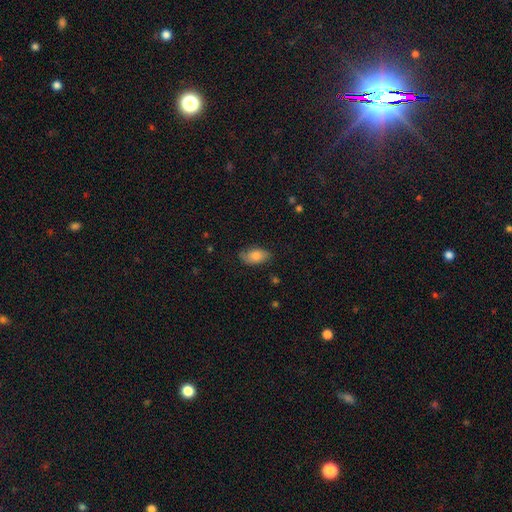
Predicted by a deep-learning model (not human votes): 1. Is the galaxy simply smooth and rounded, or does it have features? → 78% smooth, 15% featured or disk, 7% star or artifact.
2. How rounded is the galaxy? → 92% in between, 4% round, 3% cigar-shaped.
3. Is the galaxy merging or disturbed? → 74% none, 21% minor disturbance, 4% major disturbance, 1% merger.